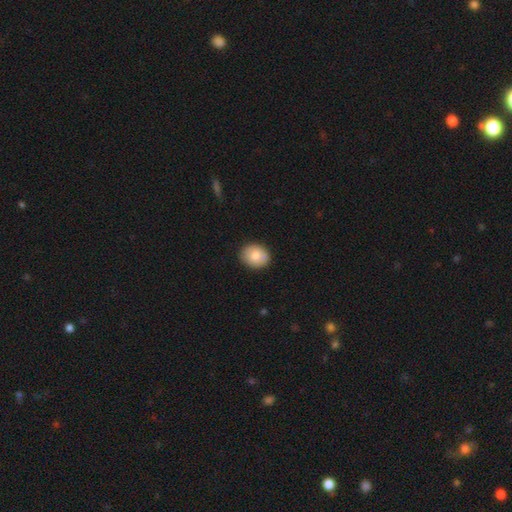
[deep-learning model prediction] A smooth galaxy with no disk features (83%) that is round (58%).

Vote fractions:
- Smooth or featured? smooth: 83% / featured or disk: 10% / star or artifact: 7%
- How rounded? round: 58% / in between: 41% / cigar-shaped: 1%
- Merging? none: 86% / minor disturbance: 11% / major disturbance: 2% / merger: 1%